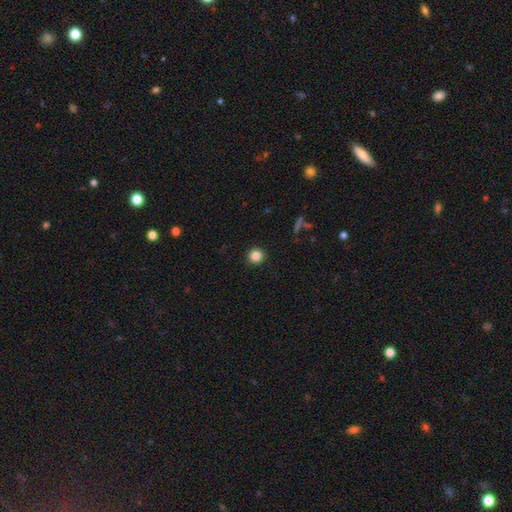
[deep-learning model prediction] A smooth galaxy with no disk features (85%) that is round (95%).

Vote fractions:
- Smooth or featured? smooth: 85% / star or artifact: 11% / featured or disk: 5%
- How rounded? round: 95% / in between: 4% / cigar-shaped: 1%
- Merging? none: 92% / minor disturbance: 5% / major disturbance: 2% / merger: 1%